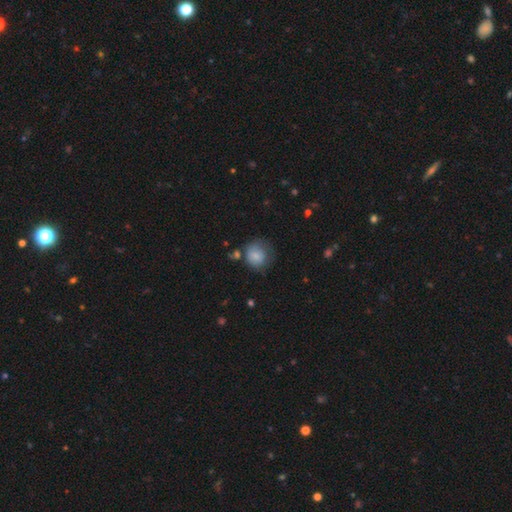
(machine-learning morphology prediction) This is likely a smooth galaxy (79%). How rounded: clearly round (81%). Merging: possibly none (54%).